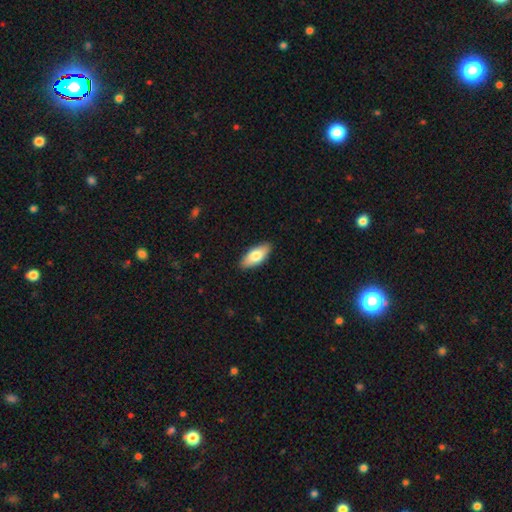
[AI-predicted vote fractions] Smooth or featured? Predicted: smooth (p=0.77). How rounded? Predicted: in between (p=0.85). Merging? Predicted: none (p=0.89).